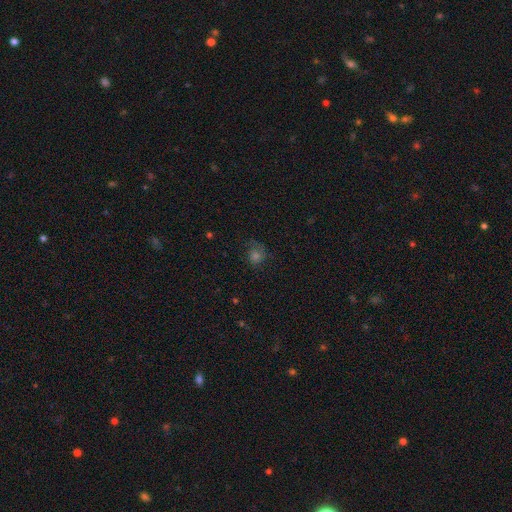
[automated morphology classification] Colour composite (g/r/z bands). It shows a smooth galaxy with no disk features (52%) that is round (72%). Merging: none (58%).